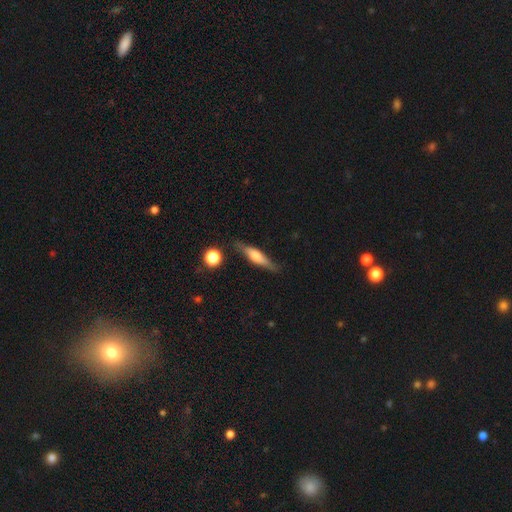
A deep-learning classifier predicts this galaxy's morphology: Smooth or featured? Predicted: featured or disk (p=0.52). Edge-on disk? Predicted: yes (p=0.92). Merging? Predicted: none (p=0.80).